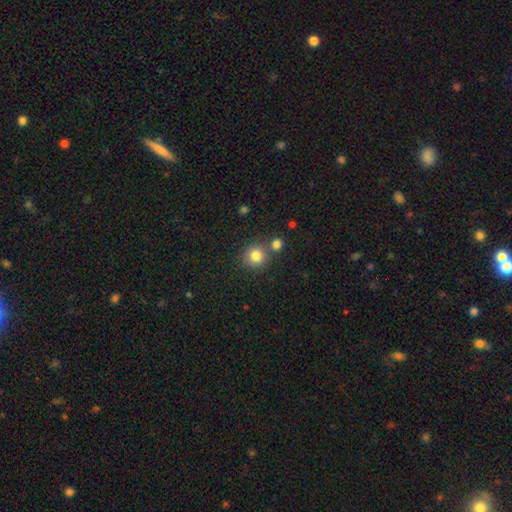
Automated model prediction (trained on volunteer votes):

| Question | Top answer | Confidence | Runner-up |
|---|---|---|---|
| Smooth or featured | smooth | 81% | star or artifact (12%) |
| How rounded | round | 89% | in between (10%) |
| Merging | none | 71% | merger (18%) |